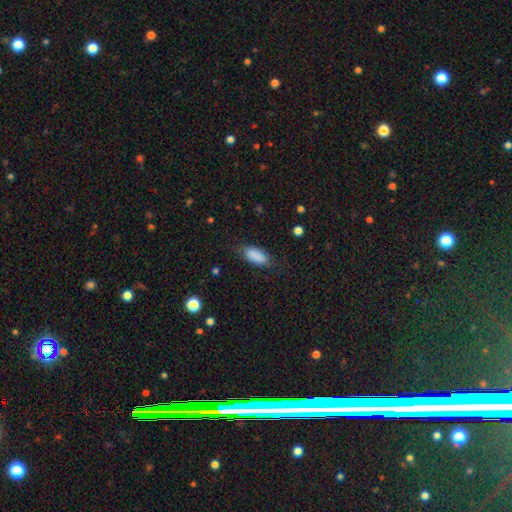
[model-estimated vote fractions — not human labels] smooth 88%, star or artifact 7%, featured or disk 5%. Down the decision tree: how rounded — in between (87%); merging — none (75%).